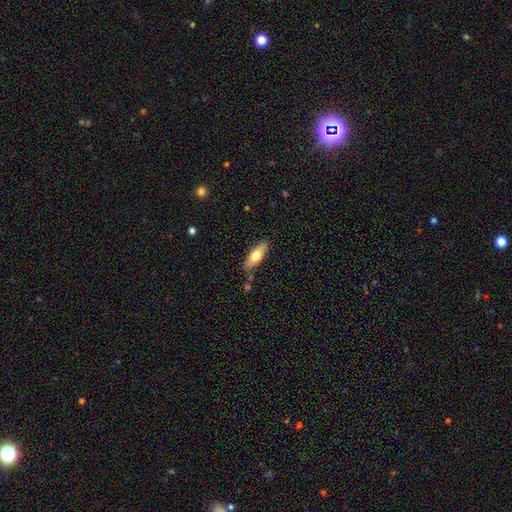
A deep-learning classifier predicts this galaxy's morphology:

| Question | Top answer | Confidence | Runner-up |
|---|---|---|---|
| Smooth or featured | smooth | 69% | featured or disk (25%) |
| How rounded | in between | 63% | cigar-shaped (35%) |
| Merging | none | 81% | minor disturbance (14%) |